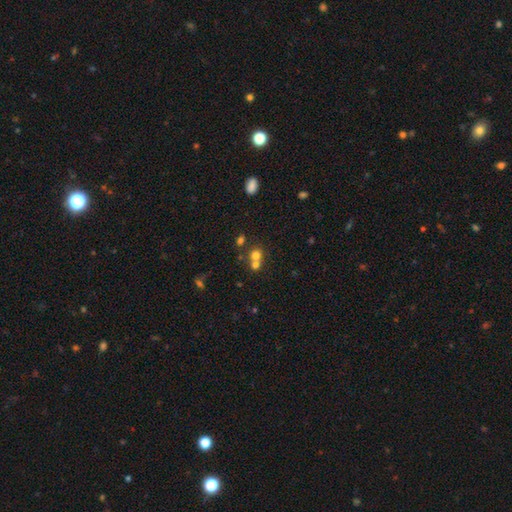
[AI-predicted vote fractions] Overall: smooth (68%). How rounded: round (81%). Merging: merger (51%; none 40%).